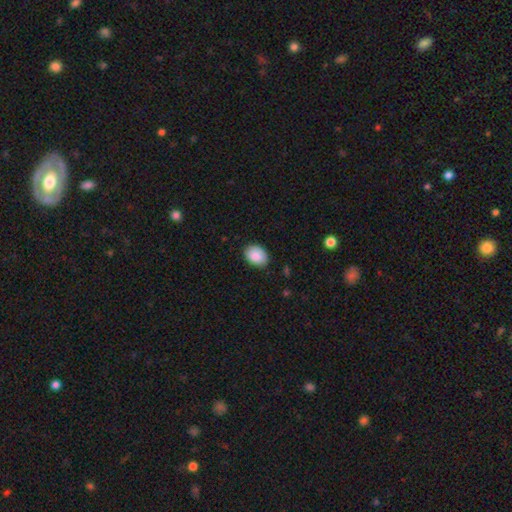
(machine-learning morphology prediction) A smooth galaxy with no disk features (88%) that is in between round and cigar-shaped (79%).

Vote fractions:
- Smooth or featured? smooth: 88% / star or artifact: 7% / featured or disk: 5%
- How rounded? in between: 79% / round: 20% / cigar-shaped: 1%
- Merging? none: 85% / minor disturbance: 12% / major disturbance: 2% / merger: 1%